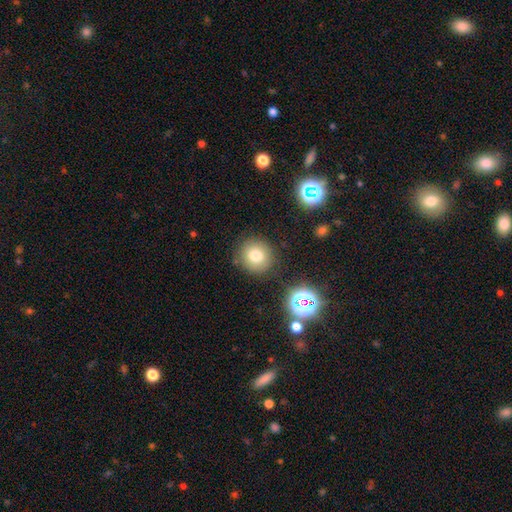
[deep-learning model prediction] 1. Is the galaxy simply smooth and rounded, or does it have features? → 76% smooth, 14% star or artifact, 10% featured or disk.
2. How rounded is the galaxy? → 90% round, 9% in between, 1% cigar-shaped.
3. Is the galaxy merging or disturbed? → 85% none, 9% minor disturbance, 3% merger, 3% major disturbance.